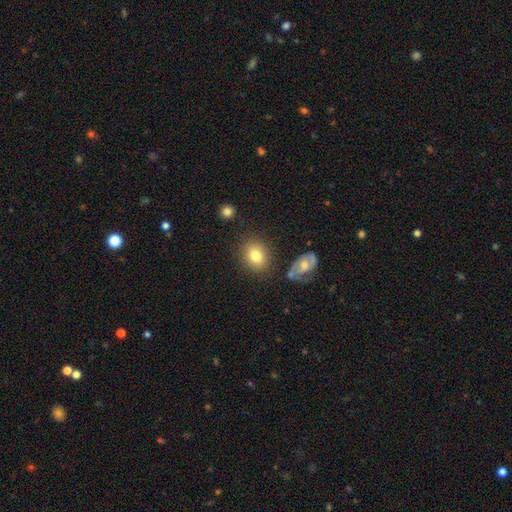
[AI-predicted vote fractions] smooth_or_featured: smooth (p=0.80) [alt: featured or disk p=0.11]
how_rounded: round (p=0.51) [alt: in between p=0.48]
merging: none (p=0.78) [alt: minor disturbance p=0.12]